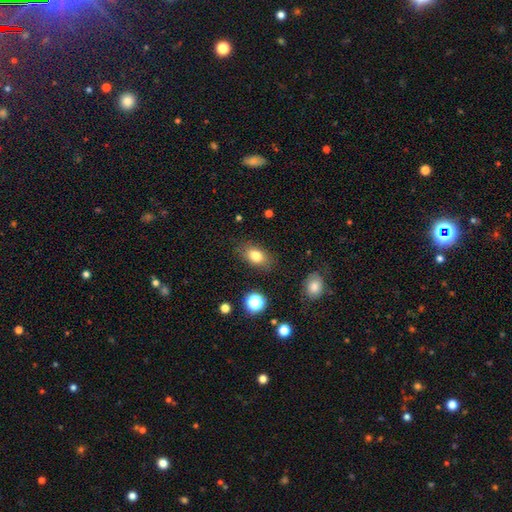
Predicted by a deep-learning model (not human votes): smooth_or_featured: smooth (p=0.80) [alt: star or artifact p=0.10]
how_rounded: in between (p=0.82) [alt: round p=0.16]
merging: none (p=0.82) [alt: minor disturbance p=0.12]